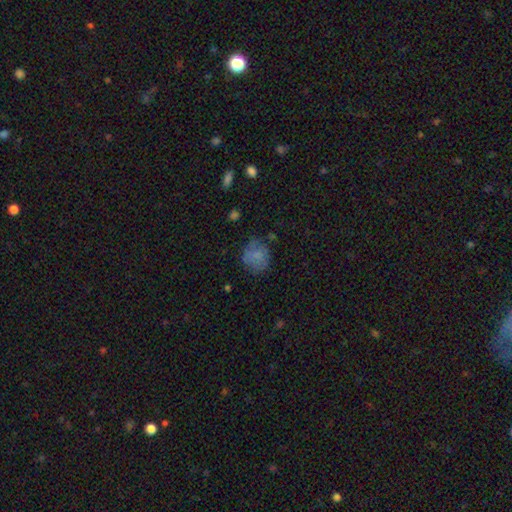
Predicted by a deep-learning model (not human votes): Smooth or featured?
  - smooth: 71% *
  - featured or disk: 18%
  - star or artifact: 11%
How rounded?
  - round: 74% *
  - in between: 25%
  - cigar-shaped: 1%
Merging?
  - none: 59% *
  - minor disturbance: 25%
  - major disturbance: 12%
  - merger: 3%